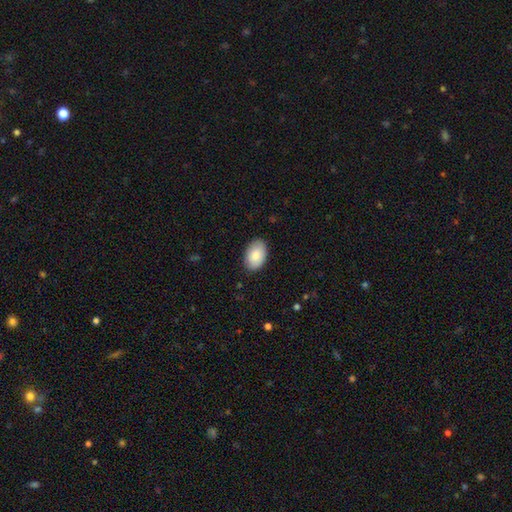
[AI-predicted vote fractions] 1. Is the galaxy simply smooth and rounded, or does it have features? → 85% smooth, 10% featured or disk, 6% star or artifact.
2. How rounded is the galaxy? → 92% in between, 7% round, 1% cigar-shaped.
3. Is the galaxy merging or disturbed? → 86% none, 11% minor disturbance, 2% major disturbance, 1% merger.